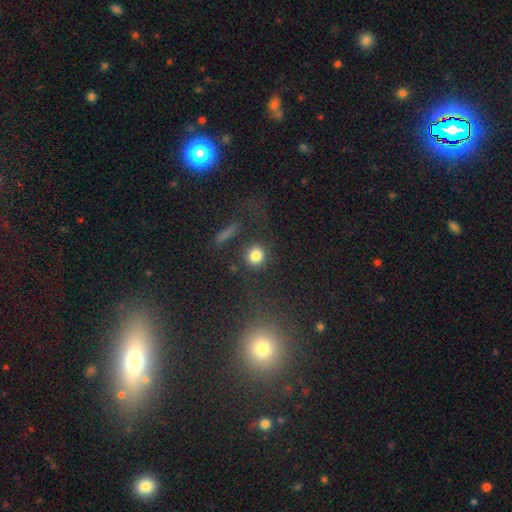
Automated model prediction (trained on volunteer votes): A smooth galaxy with no disk features (82%) that is round (87%).

Vote fractions:
- Smooth or featured? smooth: 82% / star or artifact: 12% / featured or disk: 7%
- How rounded? round: 87% / in between: 11% / cigar-shaped: 2%
- Merging? none: 79% / minor disturbance: 10% / merger: 6% / major disturbance: 5%